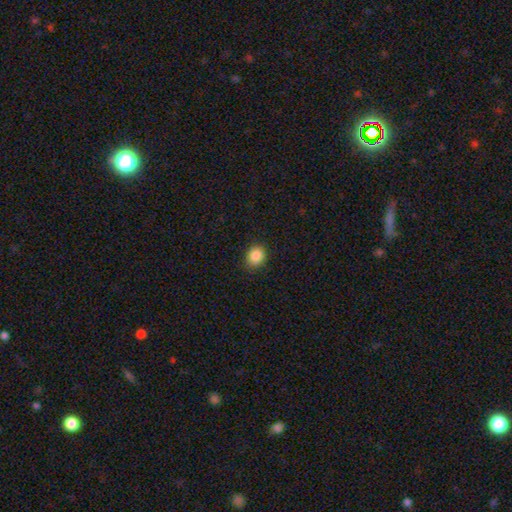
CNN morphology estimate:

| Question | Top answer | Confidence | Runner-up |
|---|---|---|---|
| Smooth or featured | smooth | 87% | star or artifact (9%) |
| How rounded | round | 67% | in between (32%) |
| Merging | none | 88% | minor disturbance (8%) |